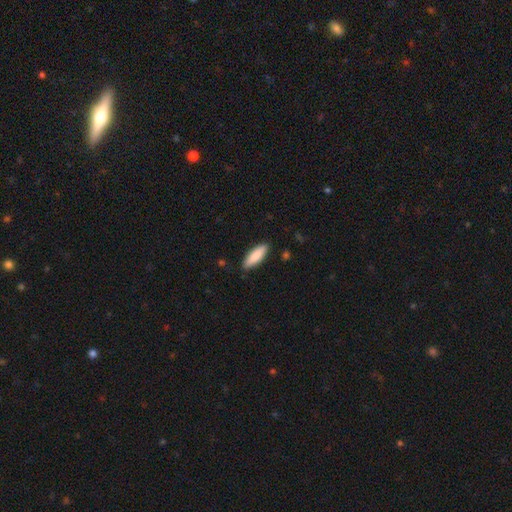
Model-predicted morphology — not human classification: A smooth galaxy with no disk features (86%) that is in between round and cigar-shaped (56%). Merging: none (88%).